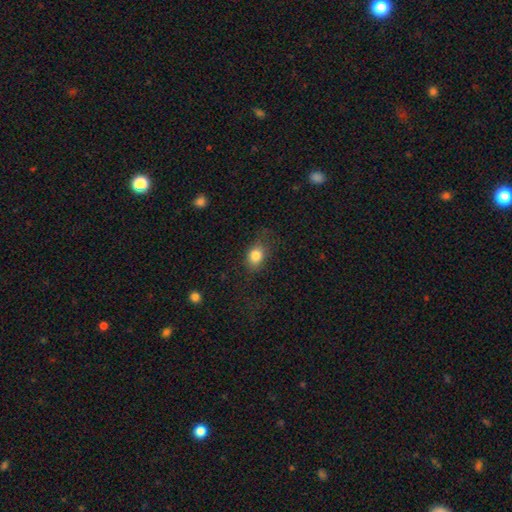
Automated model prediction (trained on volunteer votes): Smooth or featured? Predicted: smooth (p=0.83). How rounded? Predicted: in between (p=0.63). Merging? Predicted: none (p=0.64).